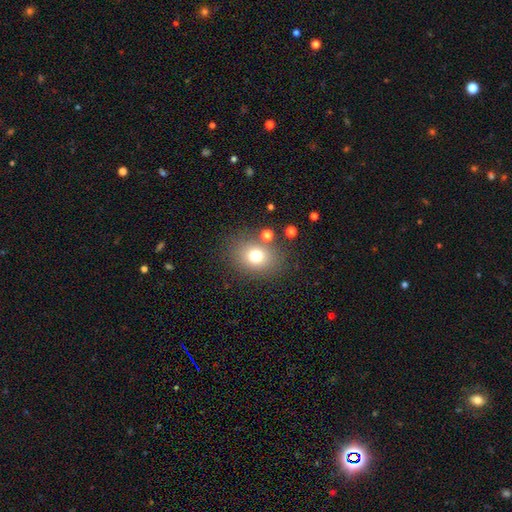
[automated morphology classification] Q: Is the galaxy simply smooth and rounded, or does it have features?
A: smooth — 74%.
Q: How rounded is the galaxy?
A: round — 51%.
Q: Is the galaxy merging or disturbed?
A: none — 79%.